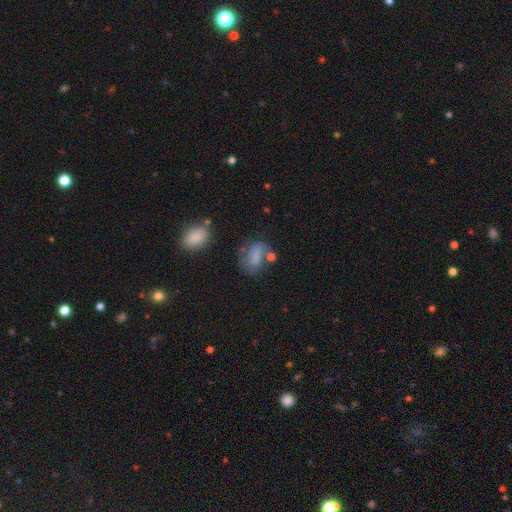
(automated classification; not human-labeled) smooth-or-featured: smooth: 72% | featured or disk: 16% | star or artifact: 11%
  how-rounded: in between: 80% | round: 16% | cigar-shaped: 4%
  merging: none: 48% | minor disturbance: 24% | major disturbance: 15% | merger: 12%